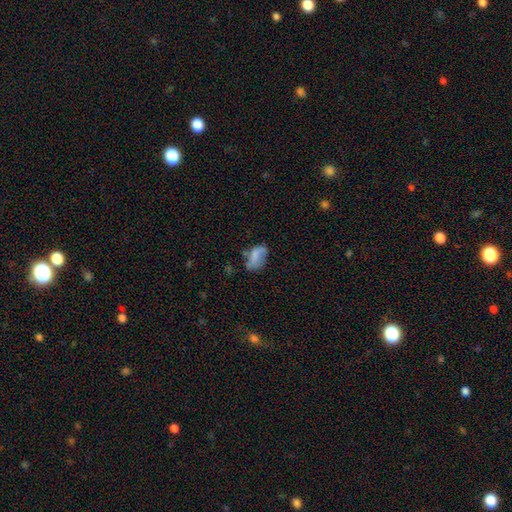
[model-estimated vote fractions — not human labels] A smooth galaxy with no disk features (65%) that is in between round and cigar-shaped (90%).

Vote fractions:
- Smooth or featured? smooth: 65% / featured or disk: 25% / star or artifact: 10%
- How rounded? in between: 90% / round: 7% / cigar-shaped: 3%
- Merging? none: 44% / minor disturbance: 32% / major disturbance: 16% / merger: 8%